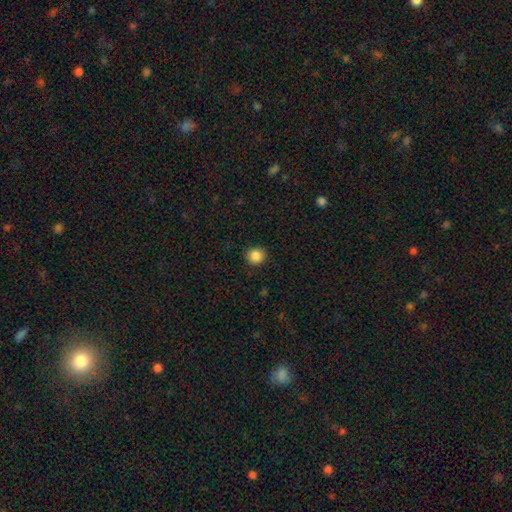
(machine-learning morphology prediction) This is clearly a smooth galaxy (86%). How rounded: clearly round (92%). Merging: clearly none (91%).